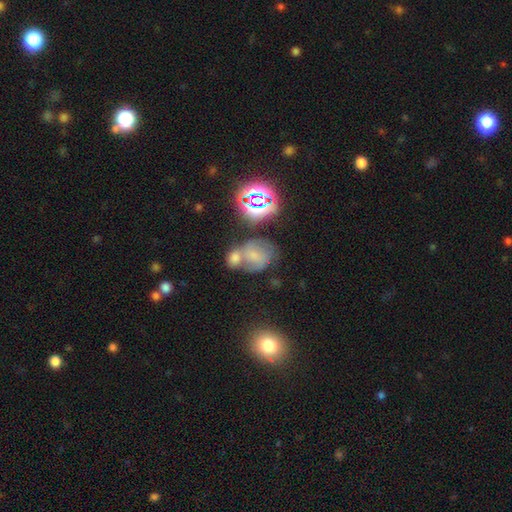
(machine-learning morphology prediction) Smooth or featured?
  - smooth: 46% *
  - featured or disk: 30%
  - star or artifact: 24%
Merging?
  - merger: 47% *
  - none: 30%
  - minor disturbance: 13%
  - major disturbance: 9%